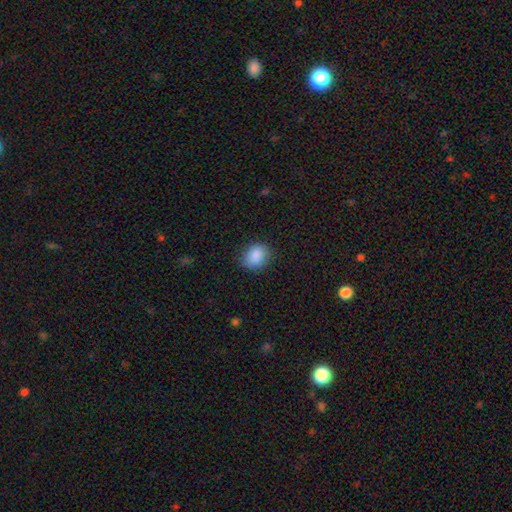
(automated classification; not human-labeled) Overall: smooth (88%). How rounded: round (55%; in between 44%). Merging: none (82%).